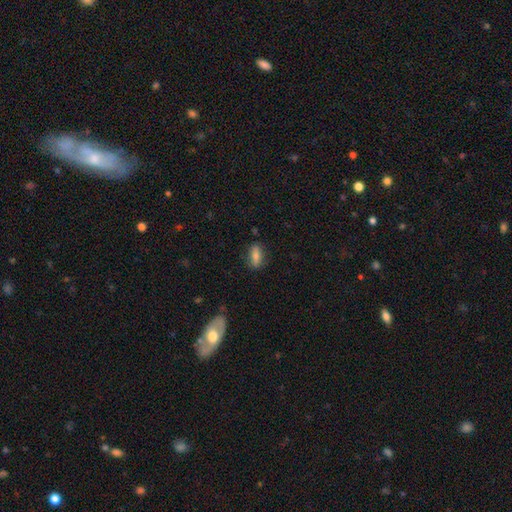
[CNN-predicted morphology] smooth-or-featured: smooth: 70% | featured or disk: 21% | star or artifact: 8%
  how-rounded: in between: 72% | cigar-shaped: 23% | round: 6%
  merging: none: 81% | minor disturbance: 14% | major disturbance: 3% | merger: 2%